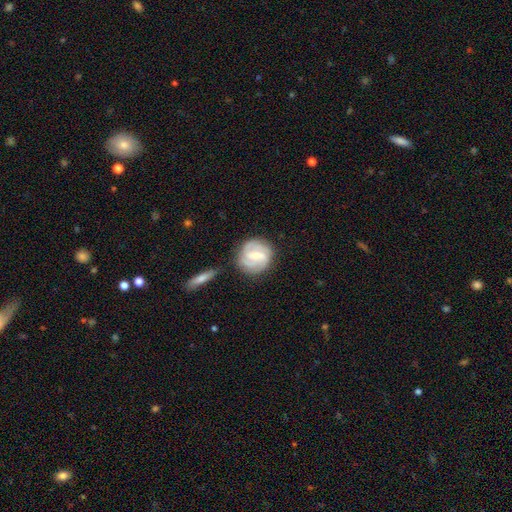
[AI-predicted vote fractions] The model was most divided on "spiral arm count": 3: 35%, 2: 33%, can't tell: 16%, 4: 8%, 1: 4%, more than 4: 3%. Remaining: edge-on disk — no (97%); spiral arms — yes (94%); smooth or featured — featured or disk (77%); merging — none (73%); bar — weak (53%); bulge size — small (52%); spiral winding — tight (45%).